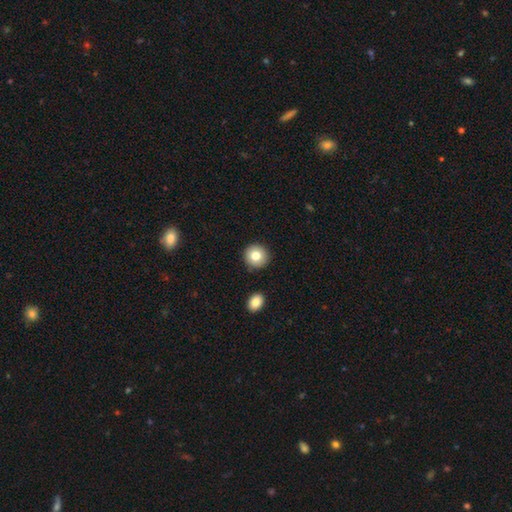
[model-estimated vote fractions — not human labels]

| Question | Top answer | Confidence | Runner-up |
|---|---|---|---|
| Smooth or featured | smooth | 80% | featured or disk (11%) |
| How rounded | round | 92% | in between (7%) |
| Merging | none | 89% | minor disturbance (6%) |